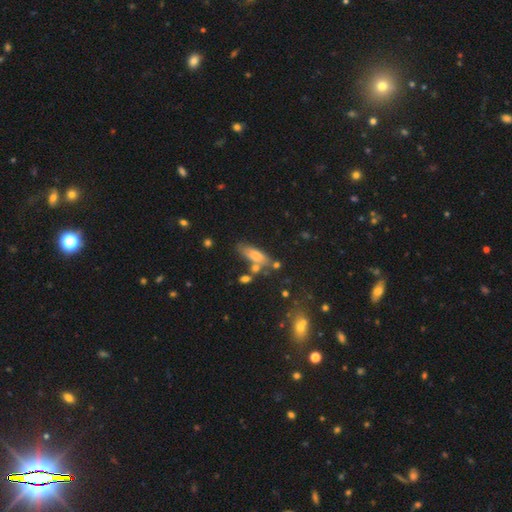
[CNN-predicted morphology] This is likely a smooth galaxy (64%). How rounded: possibly in between (58%). Merging: possibly none (58%).